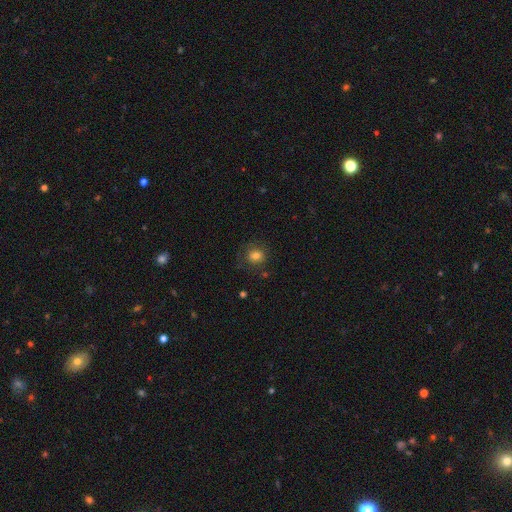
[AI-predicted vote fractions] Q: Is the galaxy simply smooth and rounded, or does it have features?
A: smooth — 77%.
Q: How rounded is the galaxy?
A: round — 80%.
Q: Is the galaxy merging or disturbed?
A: none — 77%.